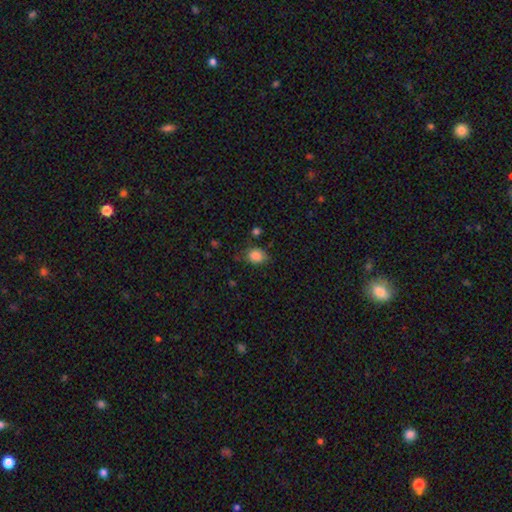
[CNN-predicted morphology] This appears to be a smooth galaxy with no disk features (85%) that is in between round and cigar-shaped (56%). Merging: none (73%).